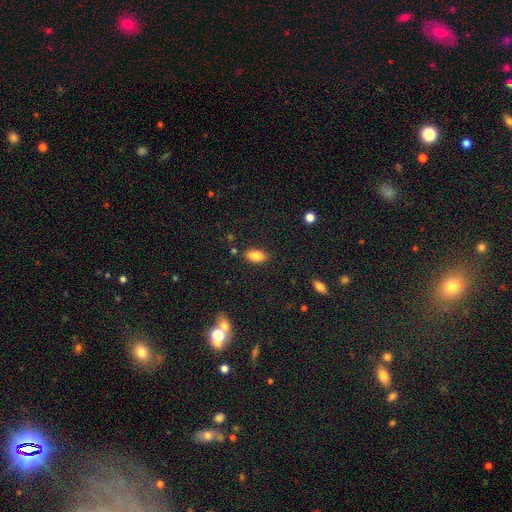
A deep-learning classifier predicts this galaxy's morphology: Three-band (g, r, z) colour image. It shows a smooth galaxy with no disk features (84%) that is in between round and cigar-shaped (90%). Merging: none (84%).